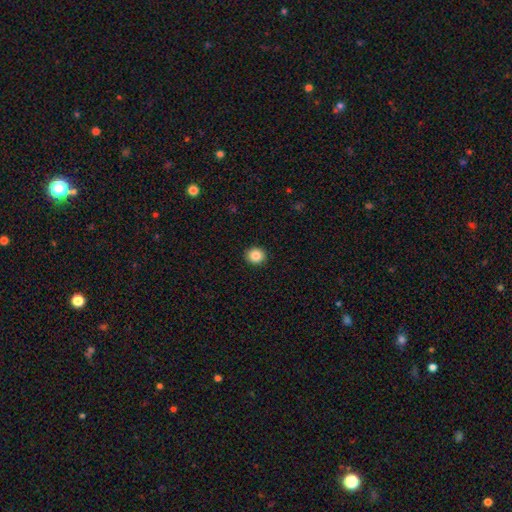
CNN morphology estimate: Q: Smooth or featured?
A: smooth (86%); runner-up: star or artifact (9%)
Q: How rounded?
A: round (83%); runner-up: in between (16%)
Q: Merging?
A: none (92%); runner-up: minor disturbance (5%)